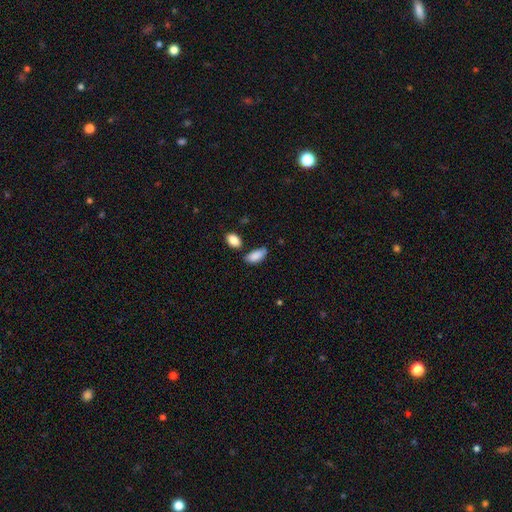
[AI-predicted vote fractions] The model was most divided on "merging": none: 56%, minor disturbance: 26%, merger: 12%, major disturbance: 6%. More confident: how rounded — in between (88%); smooth or featured — smooth (87%).